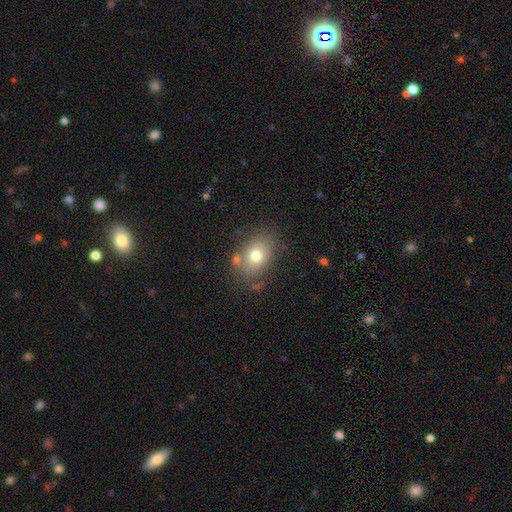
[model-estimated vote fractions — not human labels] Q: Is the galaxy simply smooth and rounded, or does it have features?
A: smooth — 73%.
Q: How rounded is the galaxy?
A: in between — 74%.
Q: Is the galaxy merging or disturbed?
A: none — 72%.